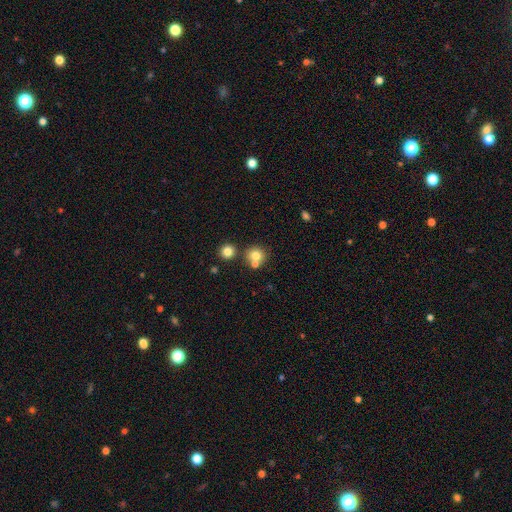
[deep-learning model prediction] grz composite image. It shows a smooth galaxy with no disk features (75%) that is round (86%). Merging: none (56%).